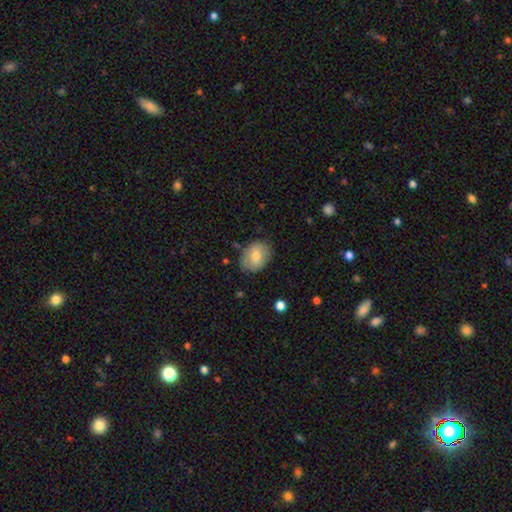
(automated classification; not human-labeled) smooth_or_featured: smooth (p=0.71) [alt: featured or disk p=0.22]
how_rounded: in between (p=0.72) [alt: round p=0.27]
merging: none (p=0.78) [alt: minor disturbance p=0.17]